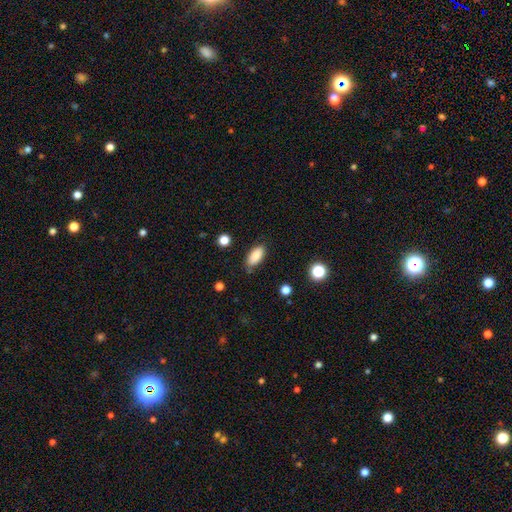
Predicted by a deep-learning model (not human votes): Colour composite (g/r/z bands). It shows a smooth galaxy with no disk features (87%) that is in between round and cigar-shaped (89%). Merging: none (79%).